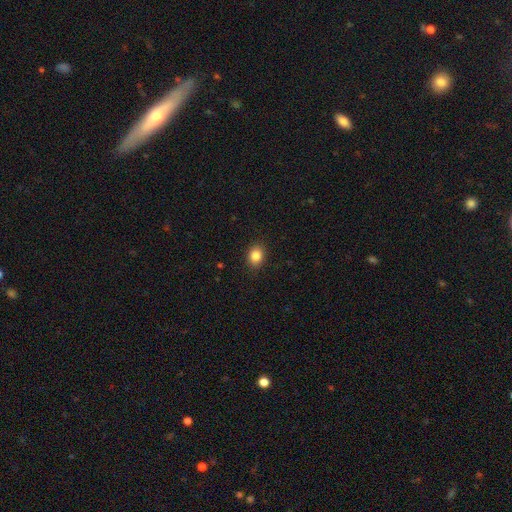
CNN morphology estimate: This appears to be a smooth galaxy with no disk features (85%) that is in between round and cigar-shaped (51%). Merging: none (89%).